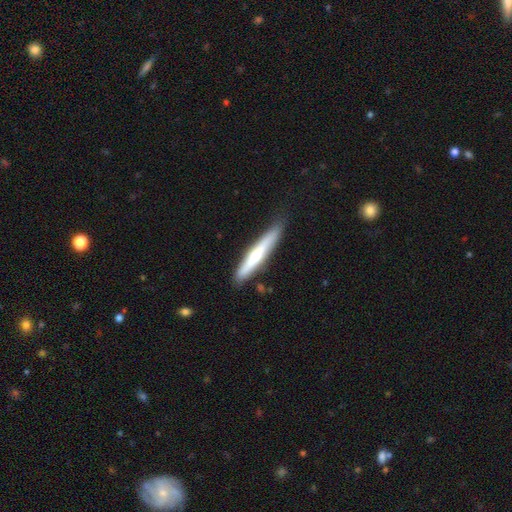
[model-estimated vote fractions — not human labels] This appears to be a smooth galaxy with no disk features (48%). Merging: none (82%).